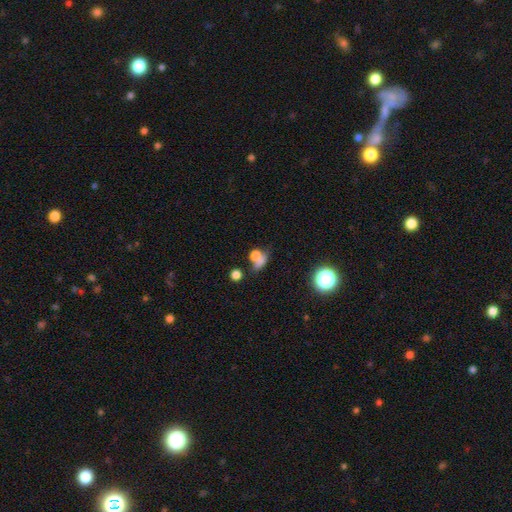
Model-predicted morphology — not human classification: Q: Smooth or featured?
A: smooth (68%); runner-up: star or artifact (18%)
Q: How rounded?
A: round (62%); runner-up: in between (33%)
Q: Merging?
A: none (40%); runner-up: merger (38%)